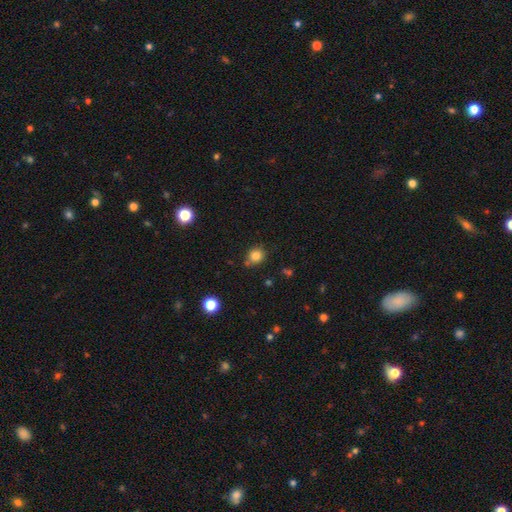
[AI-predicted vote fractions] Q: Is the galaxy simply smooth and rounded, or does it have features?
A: smooth — 82%.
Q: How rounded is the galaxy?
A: round — 83%.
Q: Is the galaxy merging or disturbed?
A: none — 77%.